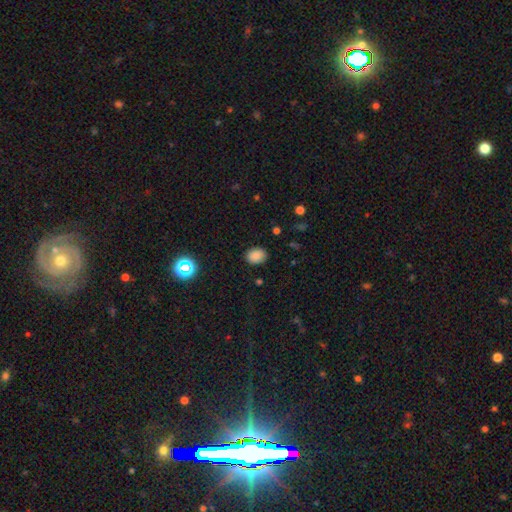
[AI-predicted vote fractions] A smooth galaxy with no disk features (83%) that is in between round and cigar-shaped (56%). Merging: none (86%).